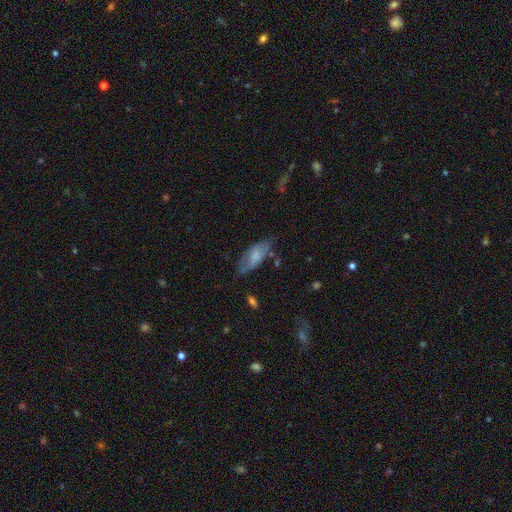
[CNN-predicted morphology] This appears to be a smooth galaxy with no disk features (64%) that is in between round and cigar-shaped (82%). Merging: none (54%).